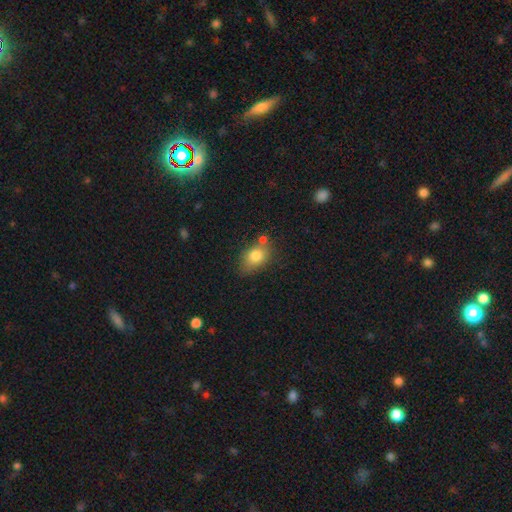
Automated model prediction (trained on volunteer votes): Smooth or featured: smooth — 80% (featured or disk — 11%)
How rounded: in between — 76% (round — 22%)
Merging: none — 57% (minor disturbance — 23%)